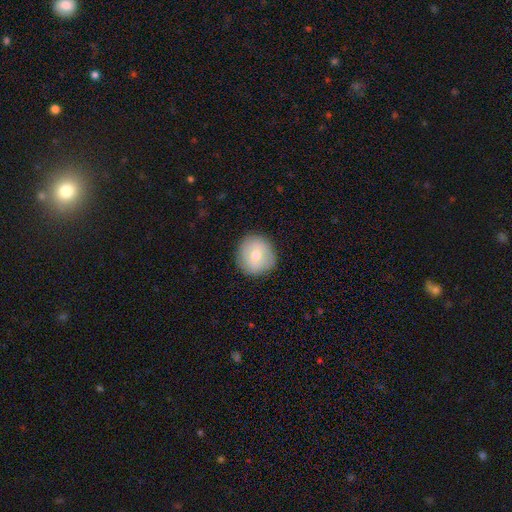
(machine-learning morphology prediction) Overall: smooth (66%). How rounded: round (90%). Merging: none (87%).